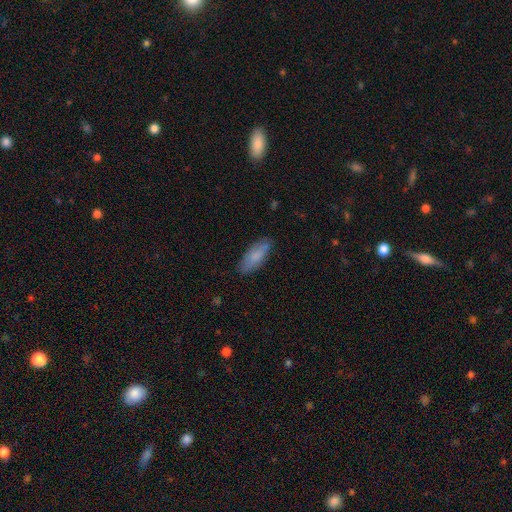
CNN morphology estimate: smooth 81%, featured or disk 13%, star or artifact 6%. Down the decision tree: how rounded — in between (70%); merging — none (84%).